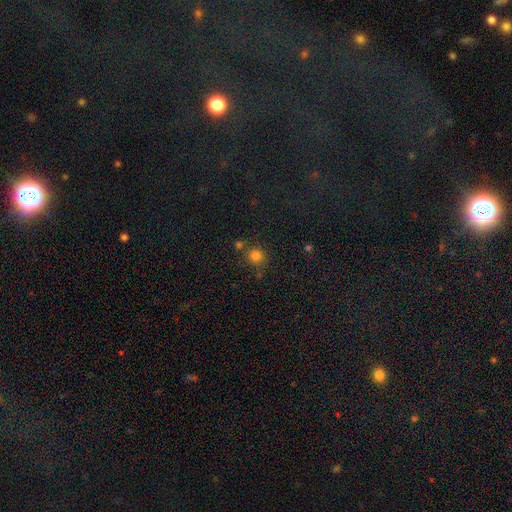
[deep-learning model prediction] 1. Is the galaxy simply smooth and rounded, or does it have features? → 79% smooth, 16% star or artifact, 6% featured or disk.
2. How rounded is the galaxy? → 90% round, 9% in between, 1% cigar-shaped.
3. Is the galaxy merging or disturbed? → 74% none, 13% merger, 10% minor disturbance, 4% major disturbance.